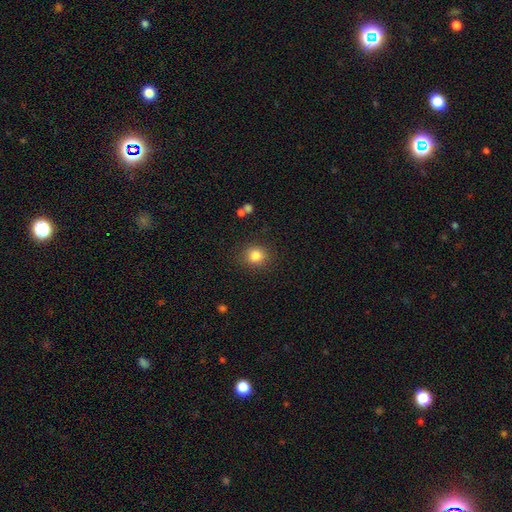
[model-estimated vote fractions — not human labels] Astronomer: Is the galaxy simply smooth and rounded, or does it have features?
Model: smooth — 83%.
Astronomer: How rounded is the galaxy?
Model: round — 85%.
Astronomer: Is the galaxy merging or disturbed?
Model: none — 87%.